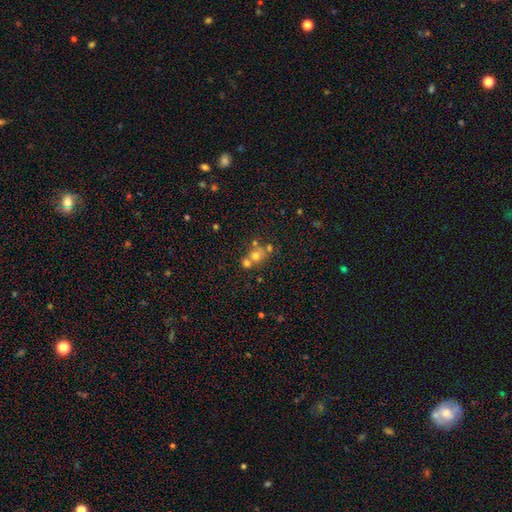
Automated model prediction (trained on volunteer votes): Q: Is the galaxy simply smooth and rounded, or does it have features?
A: smooth — 61%.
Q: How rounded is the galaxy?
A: round — 79%.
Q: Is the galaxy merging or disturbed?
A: merger — 47%.